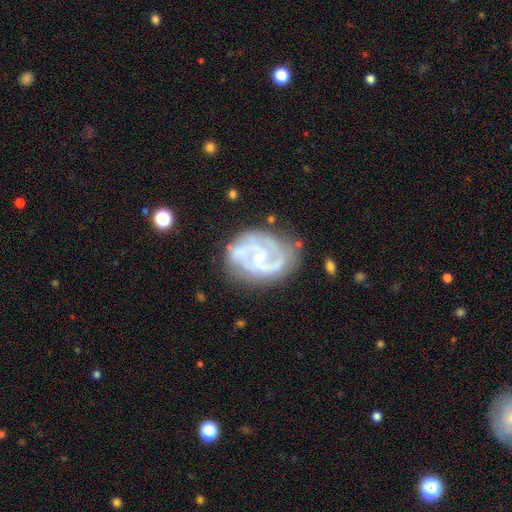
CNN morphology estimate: This appears to be a featured or disk galaxy (85%) with no bar (57%), 2 (49%) tight (47%) spiral arms (92%) and a small central bulge (68%). Merging: none (67%).